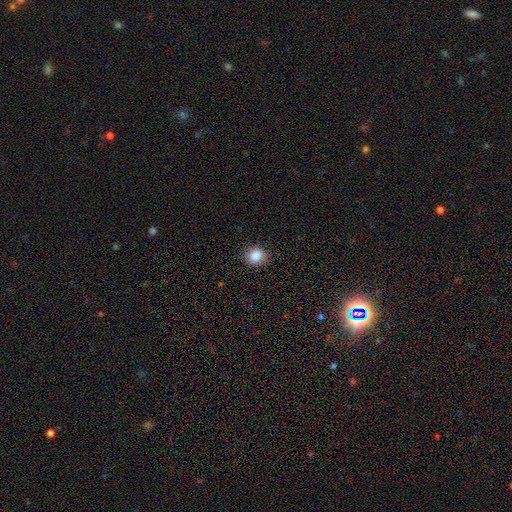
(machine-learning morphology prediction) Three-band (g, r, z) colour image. It shows a smooth galaxy with no disk features (86%) that is round (70%). Merging: none (87%).